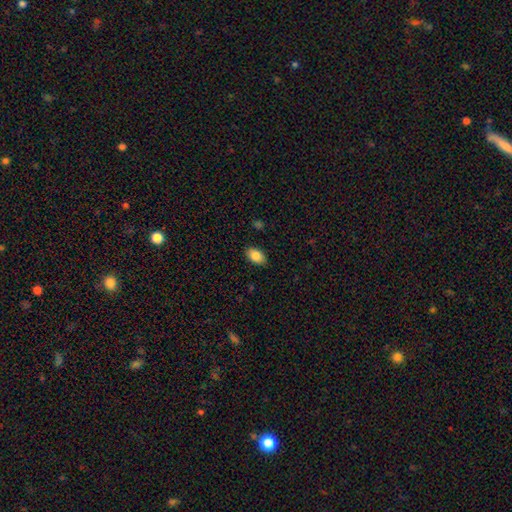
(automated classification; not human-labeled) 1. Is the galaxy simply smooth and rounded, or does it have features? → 85% smooth, 7% star or artifact, 7% featured or disk.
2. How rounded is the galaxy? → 91% in between, 8% round, 1% cigar-shaped.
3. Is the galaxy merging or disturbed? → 88% none, 9% minor disturbance, 2% major disturbance, 1% merger.